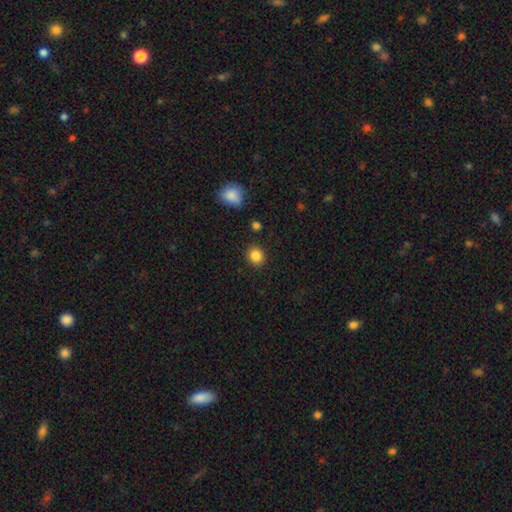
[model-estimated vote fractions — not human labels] This is clearly a smooth galaxy (85%). How rounded: clearly round (81%). Merging: clearly none (89%).